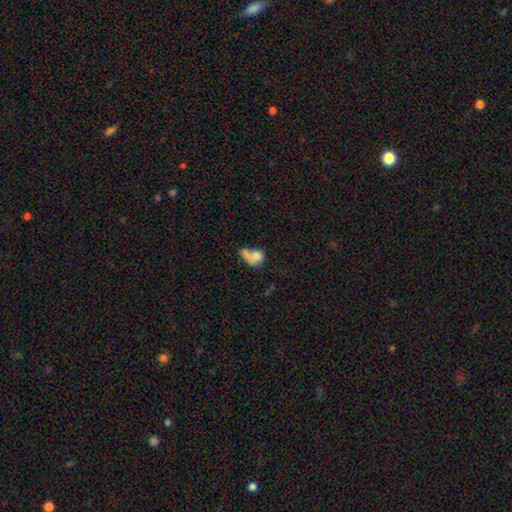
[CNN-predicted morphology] smooth 68%, featured or disk 23%, star or artifact 10%. Down the decision tree: how rounded — in between (58%); merging — merger (48%).